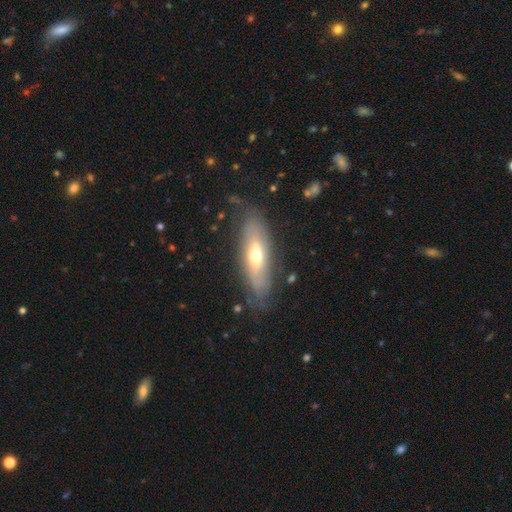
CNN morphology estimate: featured or disk 51%, smooth 42%, star or artifact 7%. Down the decision tree: edge-on disk — no (58%); merging — none (76%).